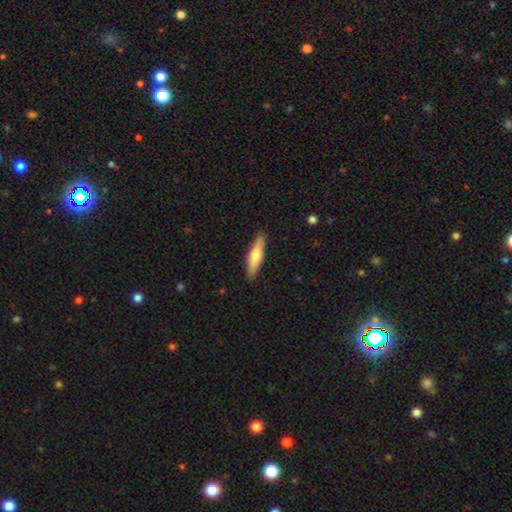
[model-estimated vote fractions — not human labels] Q: Smooth or featured?
A: smooth (65%); runner-up: featured or disk (30%)
Q: How rounded?
A: cigar-shaped (78%); runner-up: in between (21%)
Q: Merging?
A: none (90%); runner-up: minor disturbance (8%)